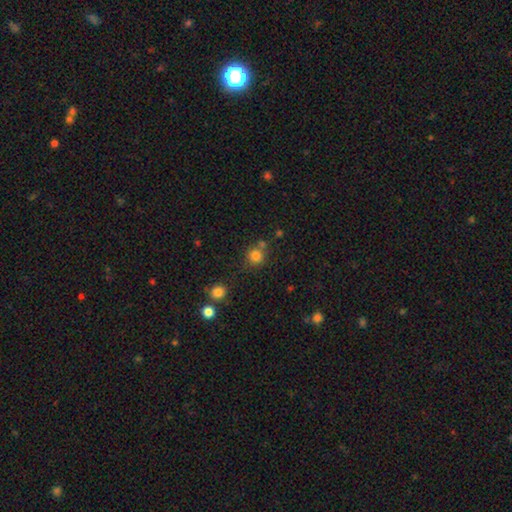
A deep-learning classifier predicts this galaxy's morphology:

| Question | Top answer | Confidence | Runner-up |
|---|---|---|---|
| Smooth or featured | smooth | 80% | star or artifact (14%) |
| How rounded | round | 90% | in between (9%) |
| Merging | none | 67% | merger (16%) |